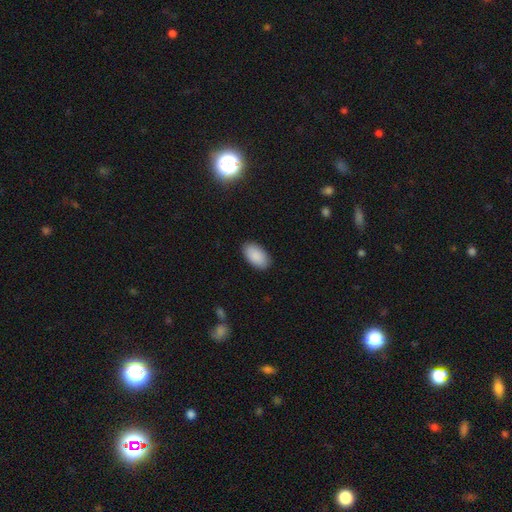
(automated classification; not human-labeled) Smooth or featured: smooth — 91% (star or artifact — 6%)
How rounded: in between — 96% (round — 3%)
Merging: none — 89% (minor disturbance — 8%)